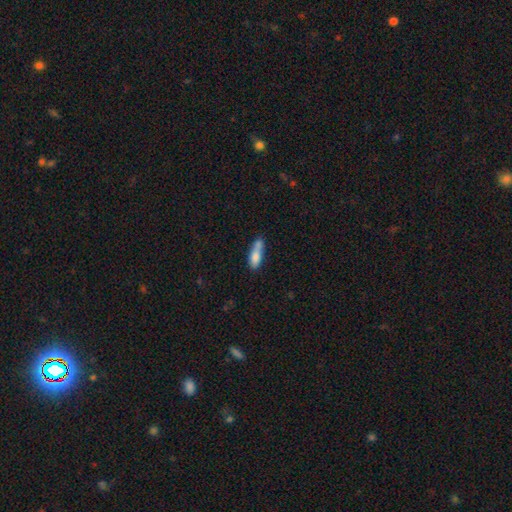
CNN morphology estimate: This is likely a smooth galaxy (76%). How rounded: possibly in between (55%). Merging: marginally none (37%).